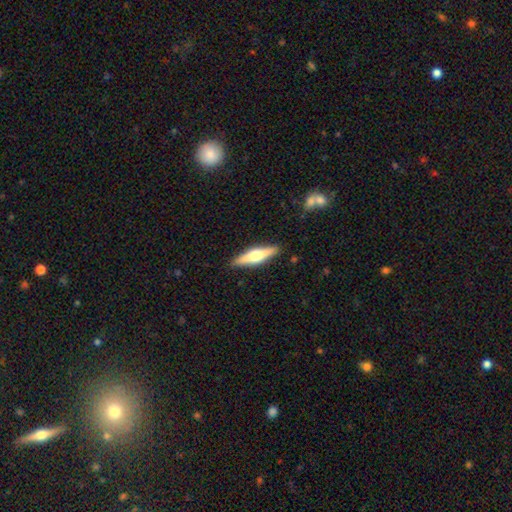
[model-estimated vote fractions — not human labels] Smooth or featured?
  - featured or disk: 55% *
  - smooth: 40%
  - star or artifact: 5%
Edge-on disk?
  - yes: 95% *
  - no: 5%
Edge-on bulge?
  - rounded: 92% *
  - boxy: 5%
  - none: 3%
Merging?
  - none: 90% *
  - minor disturbance: 7%
  - major disturbance: 2%
  - merger: 1%